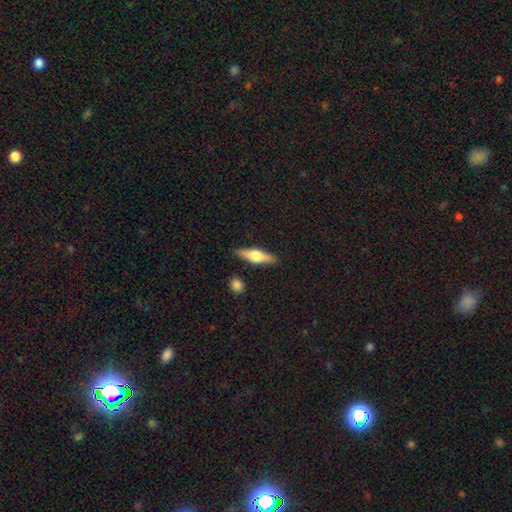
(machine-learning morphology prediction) smooth-or-featured: featured or disk: 55% | smooth: 39% | star or artifact: 6%
  disk-edge-on: yes: 95% | no: 5%
    edge-on-bulge: rounded: 92% | boxy: 6% | none: 2%
  merging: none: 86% | minor disturbance: 9% | merger: 2% | major disturbance: 2%